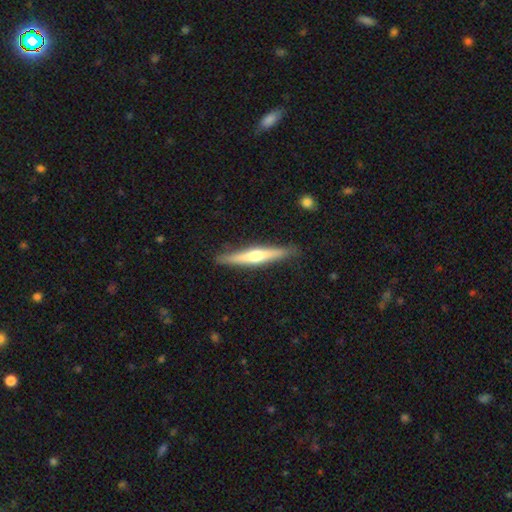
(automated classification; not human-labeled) A featured or disk galaxy (62%) viewed edge-on (97%) with a rounded central bulge (88%). Merging: none (88%).